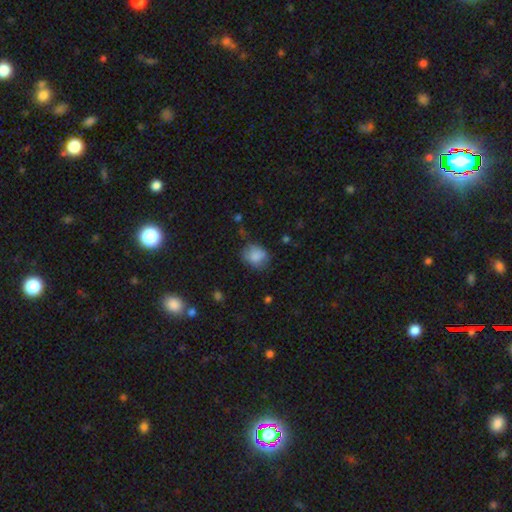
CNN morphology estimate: Smooth or featured?
  - smooth: 82% *
  - featured or disk: 9%
  - star or artifact: 9%
How rounded?
  - round: 55% *
  - in between: 45%
  - cigar-shaped: 1%
Merging?
  - none: 60% *
  - minor disturbance: 28%
  - major disturbance: 9%
  - merger: 2%